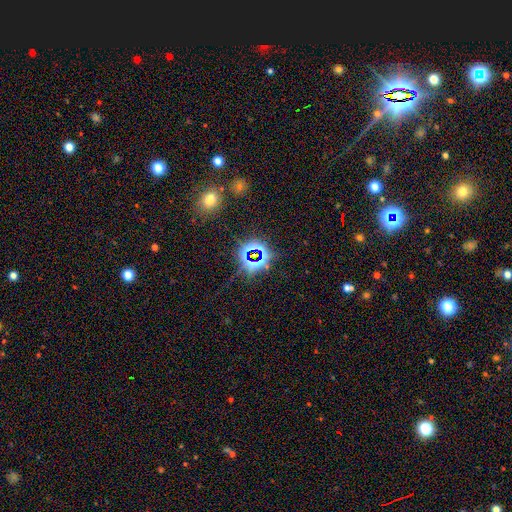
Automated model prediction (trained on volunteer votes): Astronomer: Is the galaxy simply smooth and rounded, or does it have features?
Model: star or artifact — 79%.